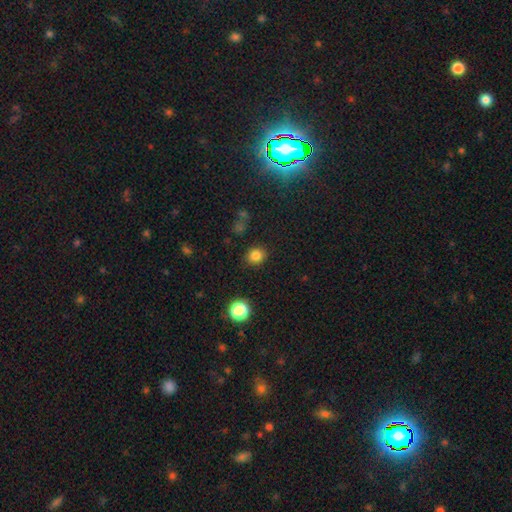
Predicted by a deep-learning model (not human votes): Overall: smooth (82%). How rounded: round (79%). Merging: none (88%).